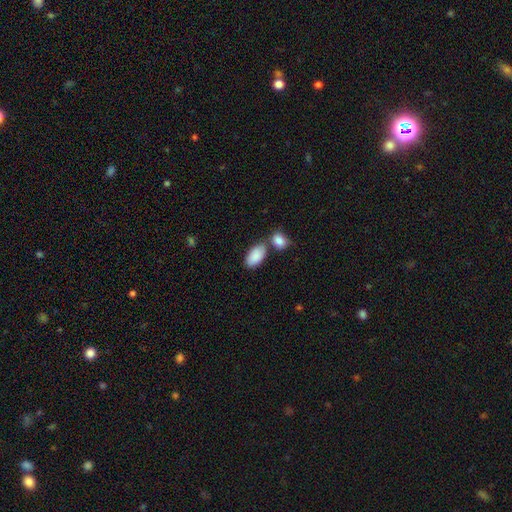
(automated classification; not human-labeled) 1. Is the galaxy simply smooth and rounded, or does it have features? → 88% smooth, 6% featured or disk, 6% star or artifact.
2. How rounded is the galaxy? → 94% in between, 3% round, 2% cigar-shaped.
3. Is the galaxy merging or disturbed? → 55% none, 28% merger, 13% minor disturbance, 4% major disturbance.